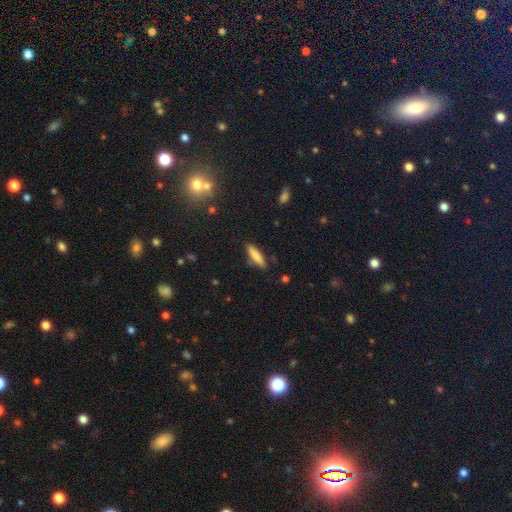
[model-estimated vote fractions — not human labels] Smooth or featured?
  - smooth: 79% *
  - featured or disk: 14%
  - star or artifact: 7%
How rounded?
  - cigar-shaped: 69% *
  - in between: 29%
  - round: 2%
Merging?
  - none: 83% *
  - minor disturbance: 13%
  - major disturbance: 3%
  - merger: 2%